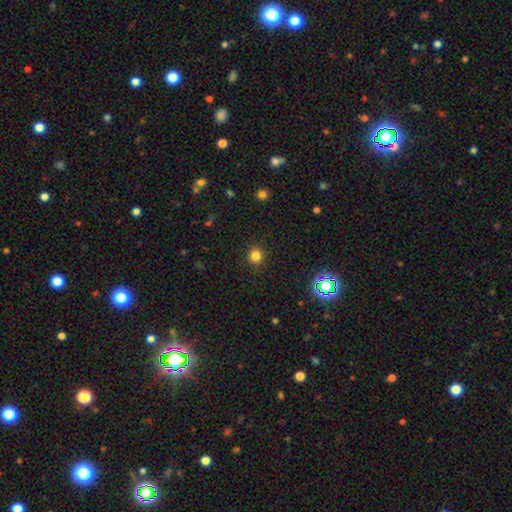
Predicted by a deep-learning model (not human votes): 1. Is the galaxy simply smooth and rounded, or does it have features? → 81% smooth, 15% star or artifact, 4% featured or disk.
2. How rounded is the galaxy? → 92% round, 7% in between, 1% cigar-shaped.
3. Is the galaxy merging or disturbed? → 91% none, 6% minor disturbance, 2% major disturbance, 1% merger.